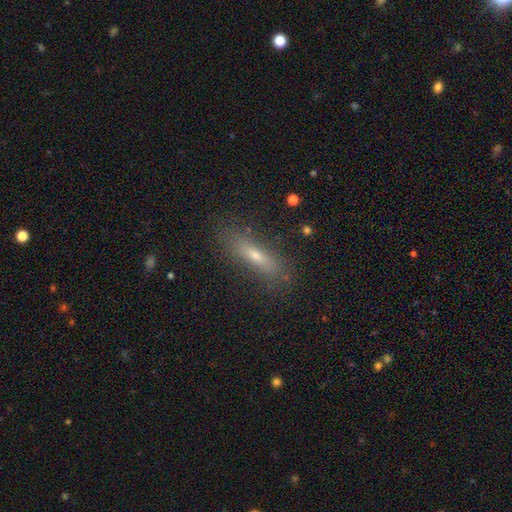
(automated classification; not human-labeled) Smooth or featured: smooth — 59% (featured or disk — 31%)
How rounded: cigar-shaped — 72% (in between — 26%)
Merging: none — 82% (minor disturbance — 12%)